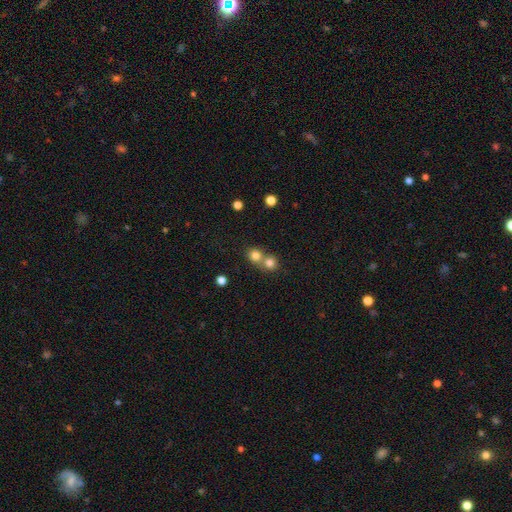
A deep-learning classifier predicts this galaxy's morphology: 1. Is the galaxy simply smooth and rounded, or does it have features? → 78% smooth, 13% star or artifact, 8% featured or disk.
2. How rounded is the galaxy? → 85% round, 14% in between, 1% cigar-shaped.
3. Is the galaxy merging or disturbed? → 50% merger, 43% none, 5% minor disturbance, 2% major disturbance.